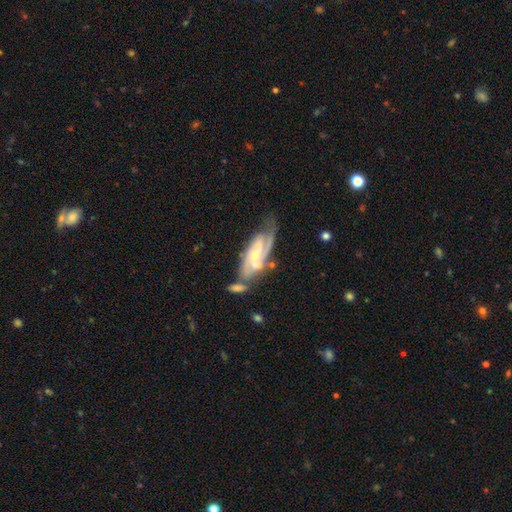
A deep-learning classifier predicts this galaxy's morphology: smooth-or-featured: featured or disk: 84% | smooth: 10% | star or artifact: 5%
  disk-edge-on: no: 92% | yes: 8%
    bar: weak: 43% | no: 39% | strong: 18%
    has-spiral-arms: yes: 96% | no: 4%
      spiral-winding: tight: 47% | medium: 42% | loose: 11%
      spiral-arm-count: 2: 66% | can't tell: 14% | 3: 11% | 1: 5% | 4: 2% | more than 4: 2%
    bulge-size: small: 59% | moderate: 33% | none: 5% | large: 2% | dominant: 1%
  merging: none: 47% | minor disturbance: 22% | merger: 19% | major disturbance: 12%